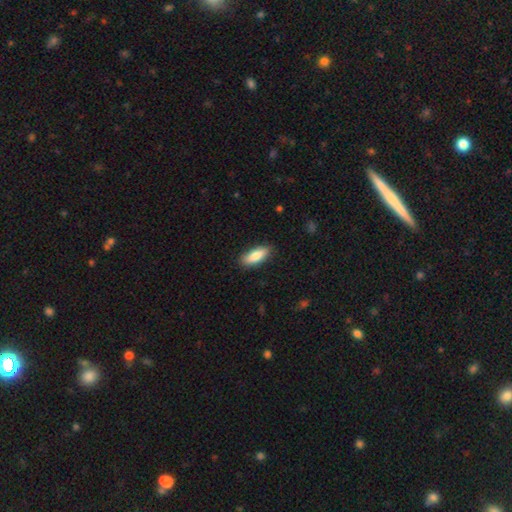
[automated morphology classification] type=smooth (83%); roundness=in between (70%); merging=none (86%).